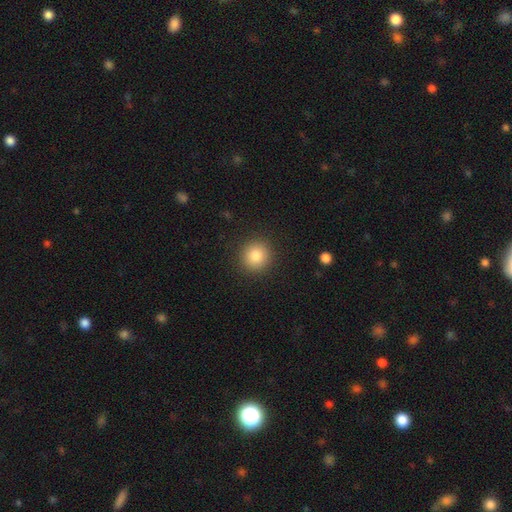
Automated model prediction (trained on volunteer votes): Smooth or featured?
  - smooth: 84% *
  - star or artifact: 10%
  - featured or disk: 6%
How rounded?
  - round: 93% *
  - in between: 6%
  - cigar-shaped: 1%
Merging?
  - none: 91% *
  - minor disturbance: 6%
  - major disturbance: 2%
  - merger: 1%